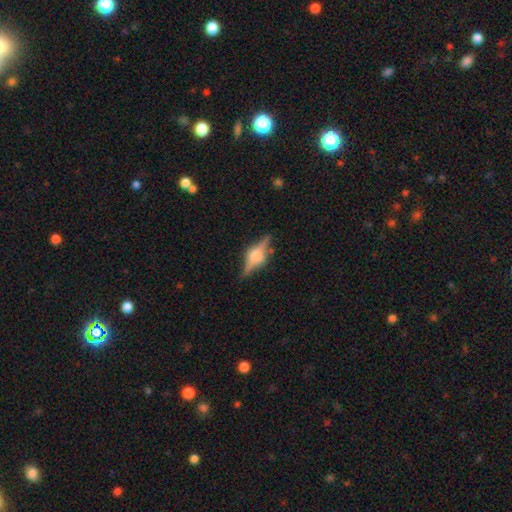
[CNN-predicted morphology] This appears to be a featured or disk galaxy (78%) viewed edge-on (96%) with a rounded central bulge (88%). Merging: none (82%).